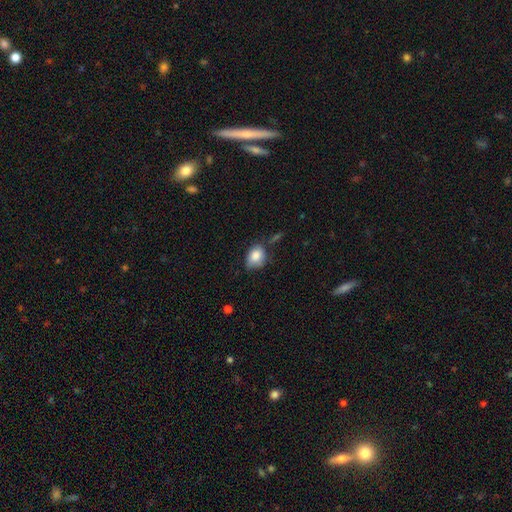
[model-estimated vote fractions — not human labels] Smooth or featured? smooth (83%)
How rounded? in between (61%)
Merging? none (49%)